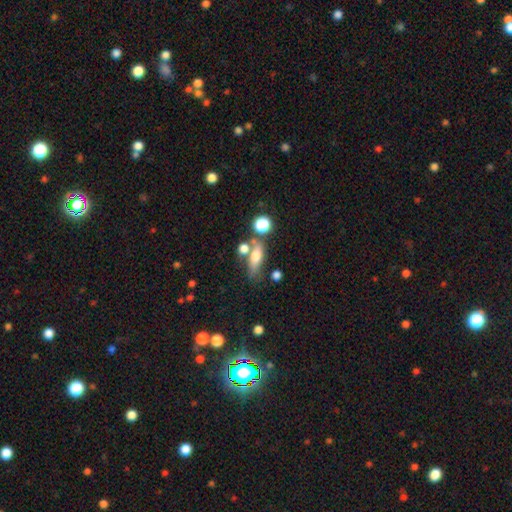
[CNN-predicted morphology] Smooth or featured?
  - smooth: 63% *
  - featured or disk: 25%
  - star or artifact: 12%
How rounded?
  - in between: 60% *
  - cigar-shaped: 28%
  - round: 12%
Merging?
  - none: 48% *
  - merger: 26%
  - minor disturbance: 16%
  - major disturbance: 10%